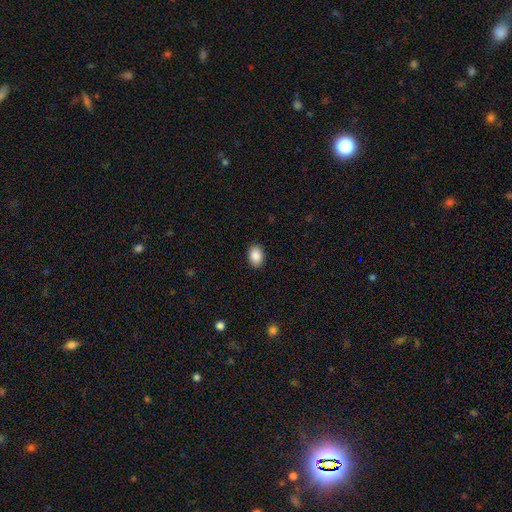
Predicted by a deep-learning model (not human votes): Smooth or featured?
  - smooth: 88% *
  - star or artifact: 8%
  - featured or disk: 4%
How rounded?
  - in between: 75% *
  - round: 24%
  - cigar-shaped: 1%
Merging?
  - none: 90% *
  - minor disturbance: 7%
  - major disturbance: 2%
  - merger: 1%